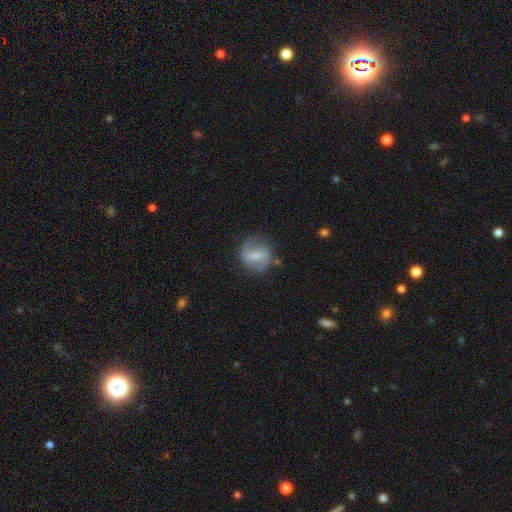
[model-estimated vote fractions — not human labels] Q: Smooth or featured?
A: featured or disk (55%); runner-up: smooth (37%)
Q: Edge-on disk?
A: no (96%); runner-up: yes (4%)
Q: Bar?
A: weak (48%); runner-up: strong (36%)
Q: Spiral arms?
A: yes (72%); runner-up: no (28%)
Q: Bulge size?
A: small (38%); runner-up: moderate (35%)
Q: Merging?
A: none (63%); runner-up: minor disturbance (23%)